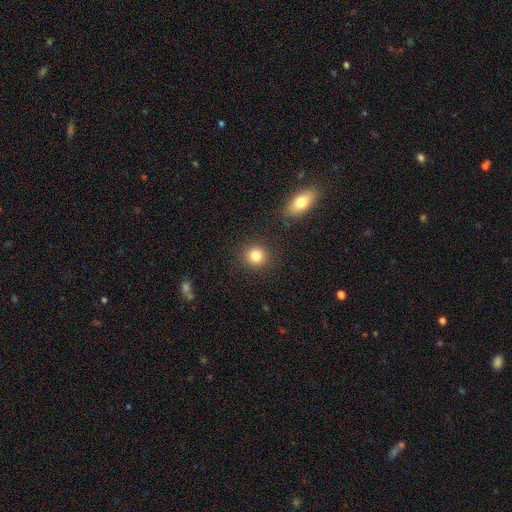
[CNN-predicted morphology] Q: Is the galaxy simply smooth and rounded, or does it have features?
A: smooth — 83%.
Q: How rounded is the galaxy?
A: round — 90%.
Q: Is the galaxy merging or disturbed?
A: none — 88%.